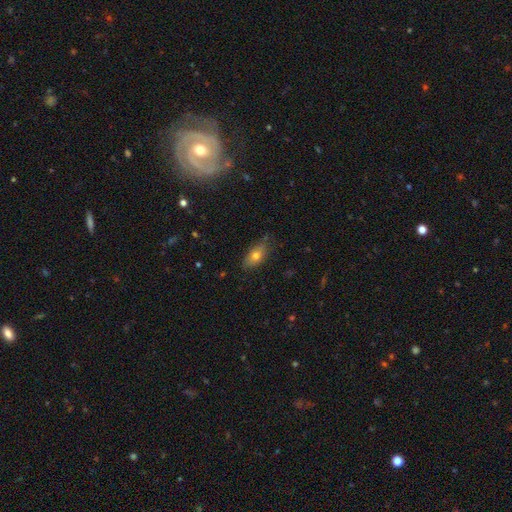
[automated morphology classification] type=smooth (71%); roundness=in between (84%); merging=none (76%).